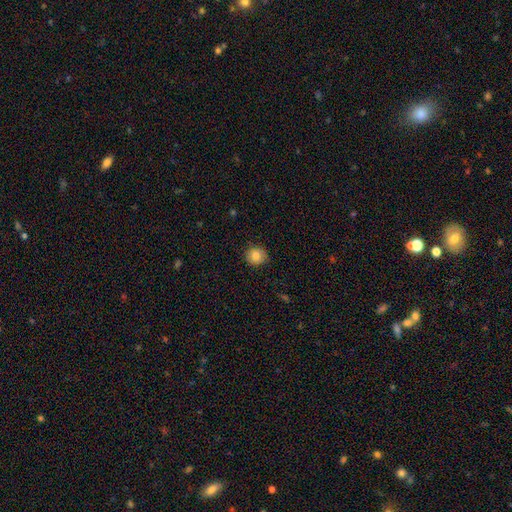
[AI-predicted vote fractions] Smooth or featured: smooth — 82% (featured or disk — 9%)
How rounded: round — 84% (in between — 15%)
Merging: none — 86% (minor disturbance — 10%)